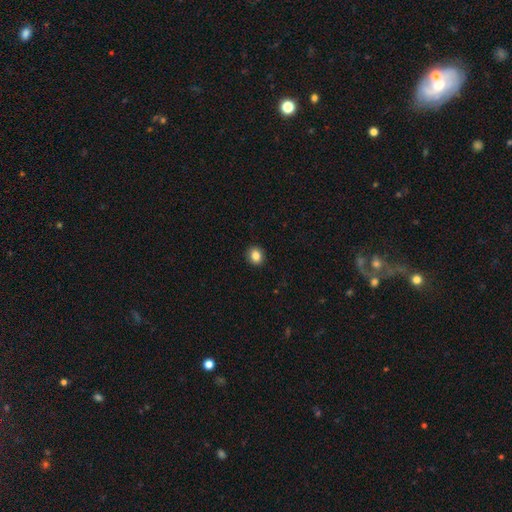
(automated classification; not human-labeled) The model was most divided on "how rounded": round: 70%, in between: 29%, cigar-shaped: 1%. More confident: merging — none (92%); smooth or featured — smooth (85%).